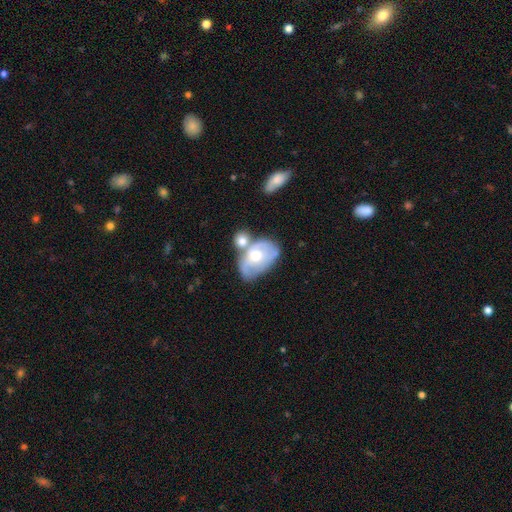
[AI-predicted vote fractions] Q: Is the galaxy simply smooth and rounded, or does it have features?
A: featured or disk — 54%.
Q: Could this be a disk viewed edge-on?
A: no — 94%.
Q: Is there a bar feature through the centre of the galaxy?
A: no — 80%.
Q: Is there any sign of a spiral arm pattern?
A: no — 57%.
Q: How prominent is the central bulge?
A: moderate — 70%.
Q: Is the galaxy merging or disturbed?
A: merger — 43%.